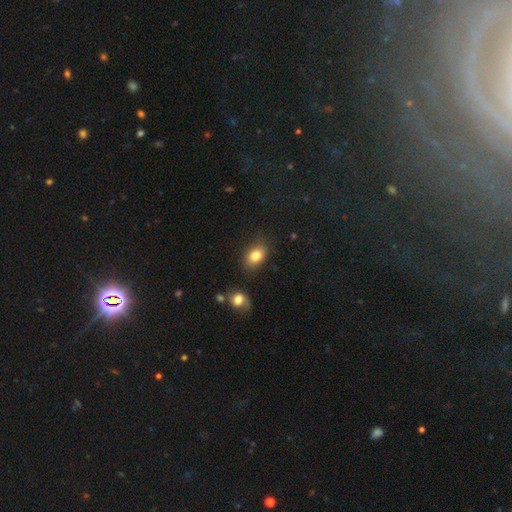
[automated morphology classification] Smooth or featured? smooth (82%)
How rounded? in between (73%)
Merging? none (79%)